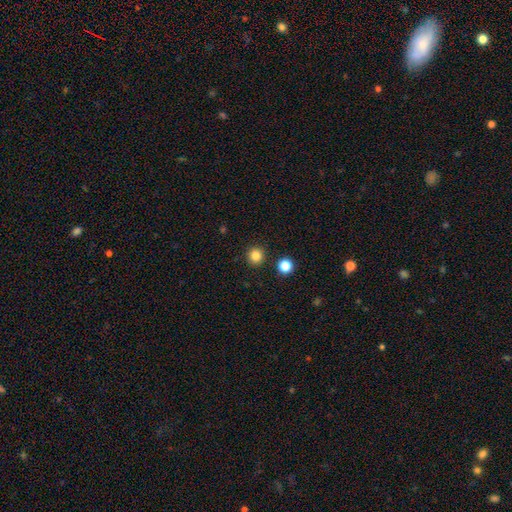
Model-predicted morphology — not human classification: Smooth or featured: smooth — 84% (star or artifact — 12%)
How rounded: round — 95% (in between — 4%)
Merging: none — 92% (minor disturbance — 5%)